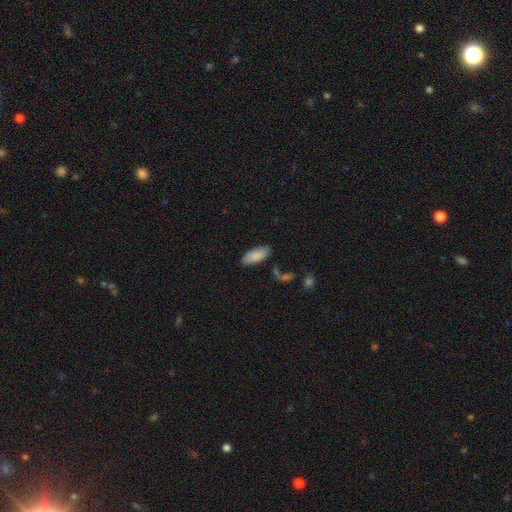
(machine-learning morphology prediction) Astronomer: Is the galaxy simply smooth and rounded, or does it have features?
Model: smooth — 86%.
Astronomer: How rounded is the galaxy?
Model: in between — 88%.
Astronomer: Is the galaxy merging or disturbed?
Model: none — 76%.